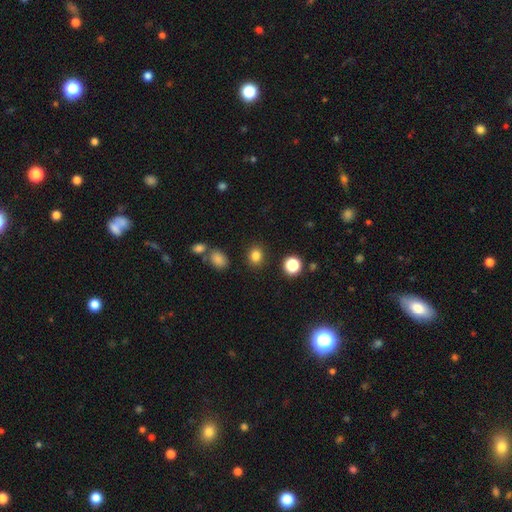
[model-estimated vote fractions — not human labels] Smooth or featured: smooth — 82% (star or artifact — 13%)
How rounded: round — 64% (in between — 35%)
Merging: none — 87% (minor disturbance — 8%)